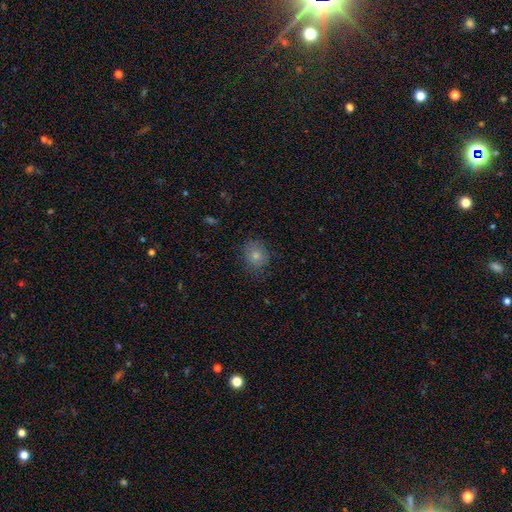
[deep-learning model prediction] Smooth or featured? Predicted: smooth (p=0.70). How rounded? Predicted: round (p=0.72). Merging? Predicted: none (p=0.81).